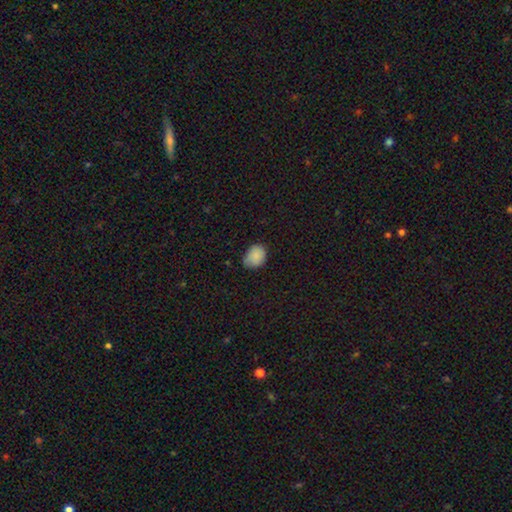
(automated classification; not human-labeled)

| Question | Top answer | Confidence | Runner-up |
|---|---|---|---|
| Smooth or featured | smooth | 86% | star or artifact (9%) |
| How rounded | in between | 55% | round (44%) |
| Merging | none | 62% | minor disturbance (32%) |